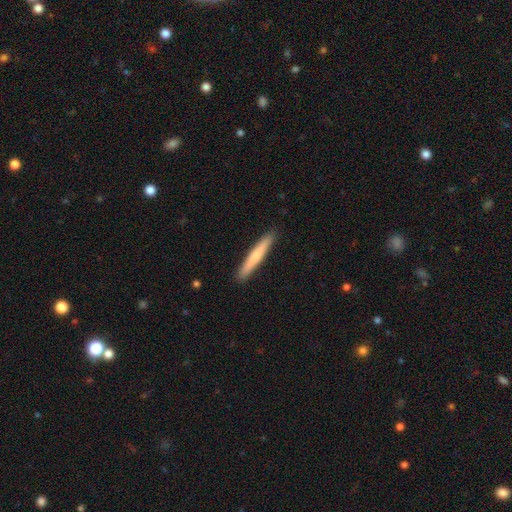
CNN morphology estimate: Smooth or featured? smooth (67%)
How rounded? cigar-shaped (95%)
Merging? none (92%)